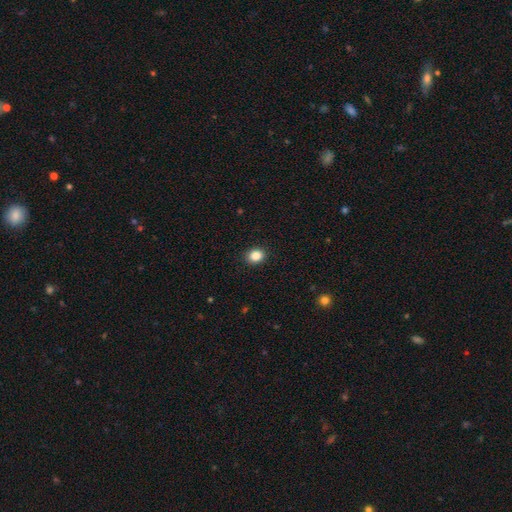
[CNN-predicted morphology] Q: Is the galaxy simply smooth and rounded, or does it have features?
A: smooth — 86%.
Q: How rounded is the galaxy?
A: round — 57%.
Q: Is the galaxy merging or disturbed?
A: none — 91%.